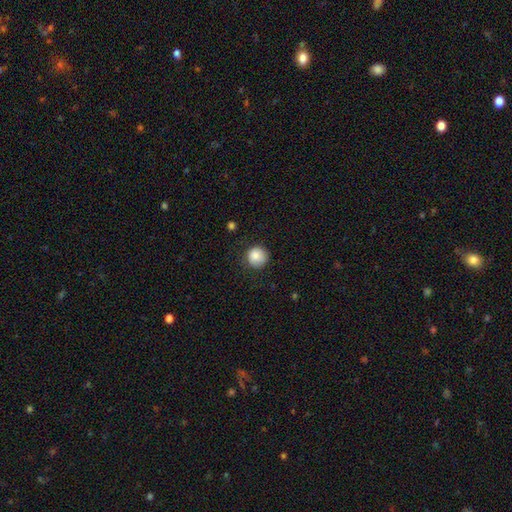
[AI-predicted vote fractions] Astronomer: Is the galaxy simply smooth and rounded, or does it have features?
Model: smooth — 84%.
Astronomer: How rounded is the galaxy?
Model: round — 92%.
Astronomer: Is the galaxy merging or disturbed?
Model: none — 77%.